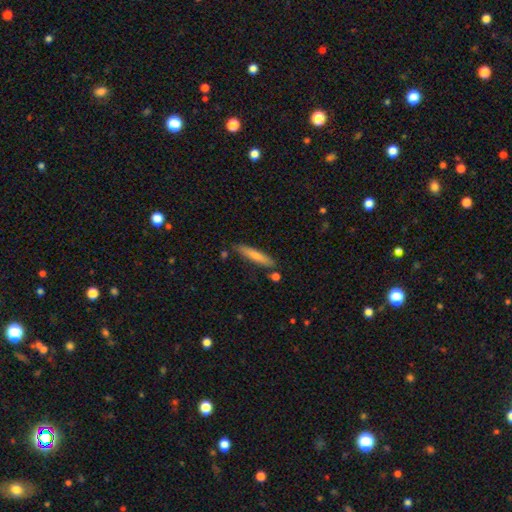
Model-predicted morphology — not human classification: Smooth or featured: smooth — 69% (featured or disk — 25%)
How rounded: cigar-shaped — 88% (in between — 10%)
Merging: none — 80% (minor disturbance — 13%)